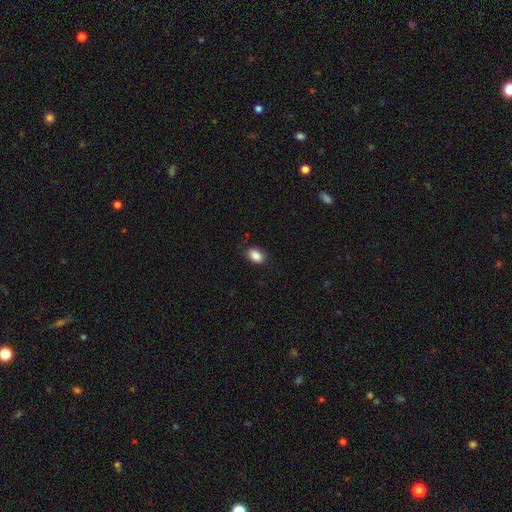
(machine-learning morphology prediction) type=smooth (87%); roundness=in between (82%); merging=none (85%).